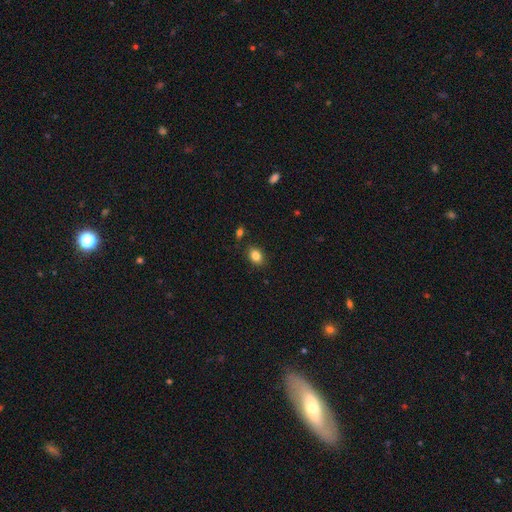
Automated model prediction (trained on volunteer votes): Smooth or featured?
  - smooth: 84% *
  - star or artifact: 10%
  - featured or disk: 6%
How rounded?
  - in between: 71% *
  - round: 28%
  - cigar-shaped: 1%
Merging?
  - none: 84% *
  - minor disturbance: 10%
  - merger: 3%
  - major disturbance: 3%